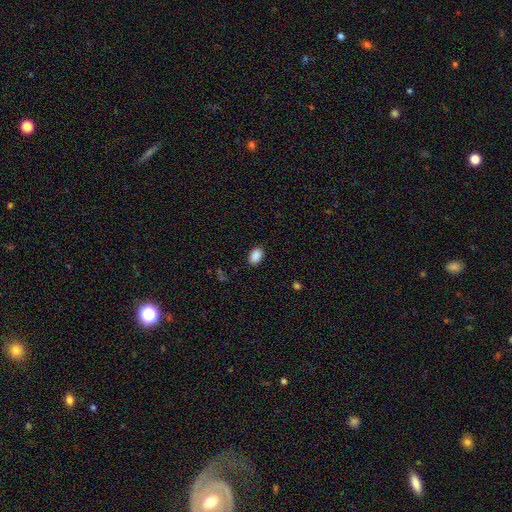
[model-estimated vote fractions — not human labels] Smooth or featured?
  - smooth: 89% *
  - star or artifact: 8%
  - featured or disk: 3%
How rounded?
  - in between: 88% *
  - round: 11%
  - cigar-shaped: 1%
Merging?
  - none: 87% *
  - minor disturbance: 9%
  - major disturbance: 2%
  - merger: 1%